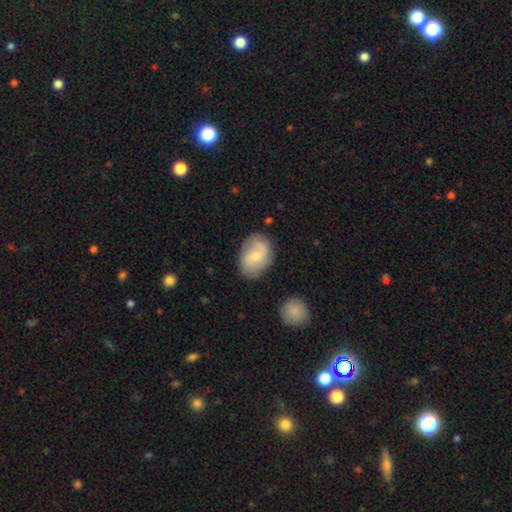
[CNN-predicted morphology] smooth-or-featured: smooth: 47% | featured or disk: 46% | star or artifact: 7%
  merging: none: 74% | minor disturbance: 17% | major disturbance: 5% | merger: 4%